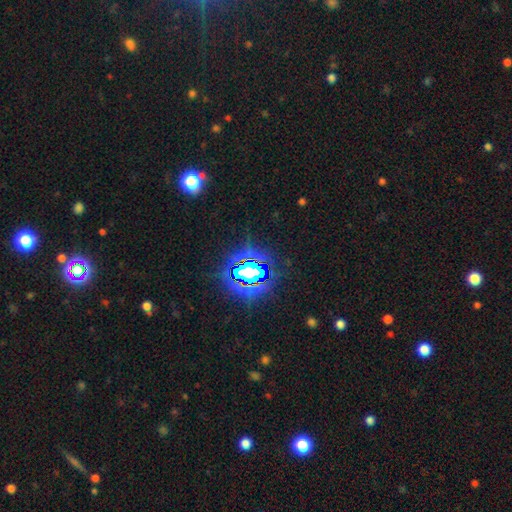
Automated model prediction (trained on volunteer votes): Smooth or featured? Predicted: star or artifact (p=0.83).